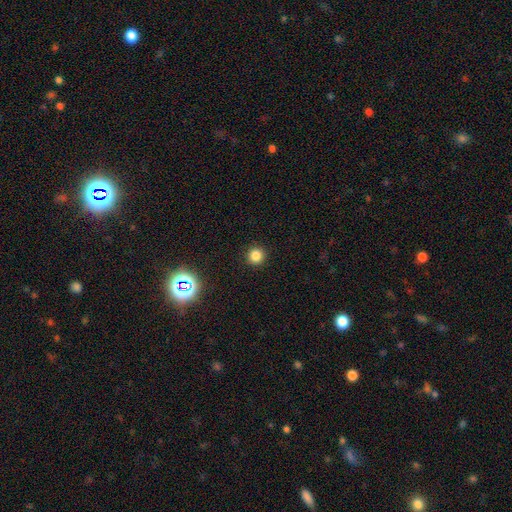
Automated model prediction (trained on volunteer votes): Q: Smooth or featured?
A: smooth (81%); runner-up: star or artifact (15%)
Q: How rounded?
A: round (95%); runner-up: in between (4%)
Q: Merging?
A: none (93%); runner-up: minor disturbance (5%)